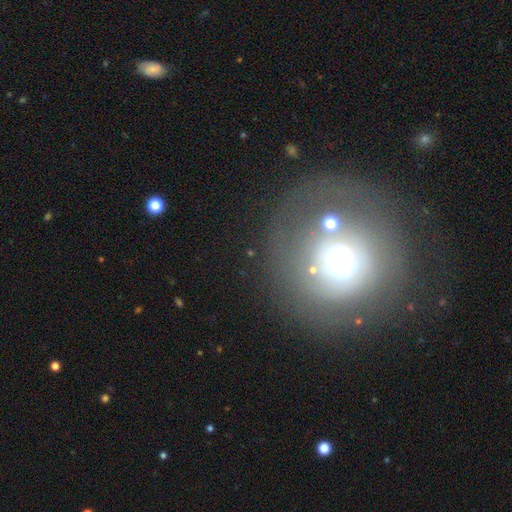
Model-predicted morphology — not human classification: smooth-or-featured: smooth: 40% | featured or disk: 32% | star or artifact: 29%
  merging: none: 70% | minor disturbance: 14% | major disturbance: 12% | merger: 5%